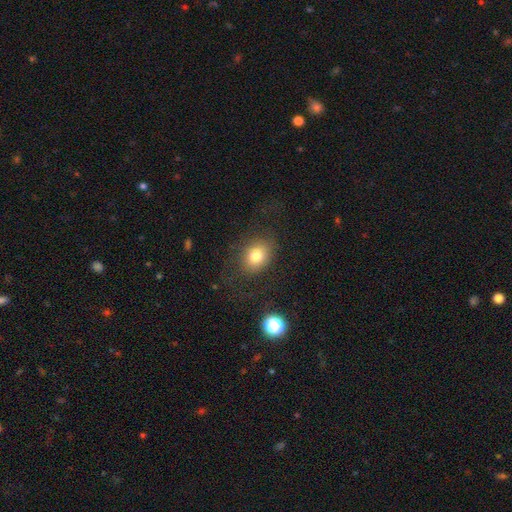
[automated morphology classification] Overall: smooth (77%). How rounded: in between (51%; round 48%). Merging: none (75%).